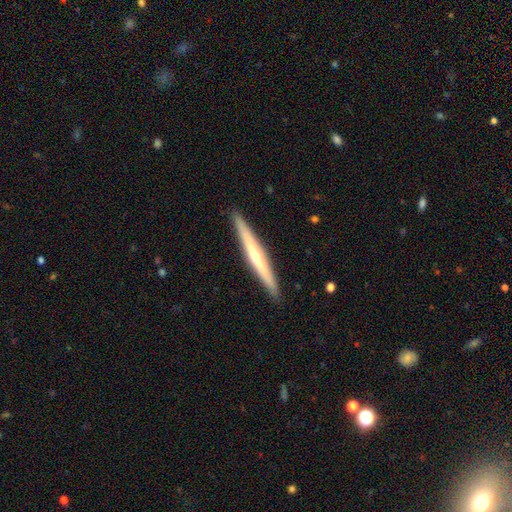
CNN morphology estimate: Overall: featured or disk (65%; smooth 29%). Edge-on disk: yes (96%). Edge-on bulge: rounded (73%). Merging: none (92%).